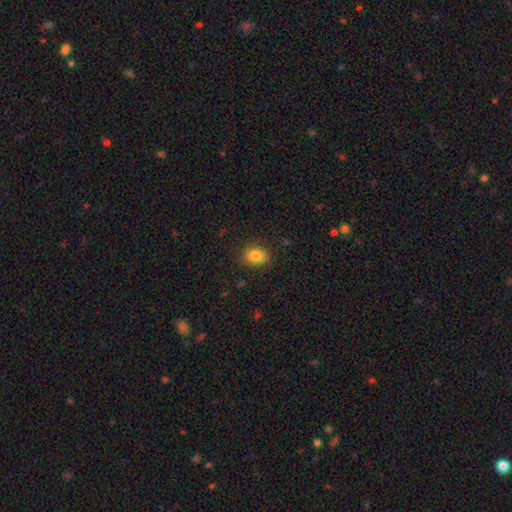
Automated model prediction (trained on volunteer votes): Smooth or featured?
  - smooth: 84% *
  - star or artifact: 10%
  - featured or disk: 7%
How rounded?
  - in between: 65% *
  - round: 34%
  - cigar-shaped: 1%
Merging?
  - none: 86% *
  - minor disturbance: 10%
  - major disturbance: 3%
  - merger: 1%